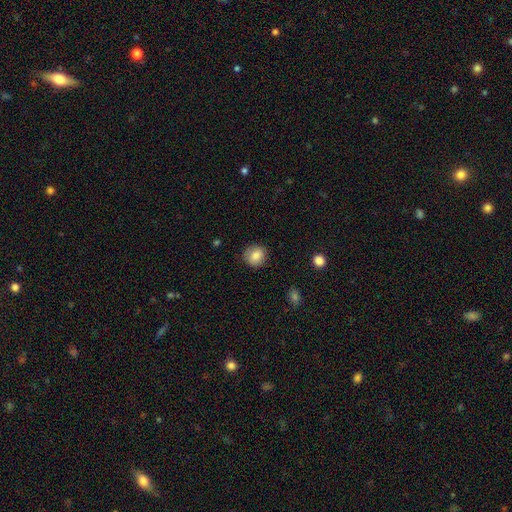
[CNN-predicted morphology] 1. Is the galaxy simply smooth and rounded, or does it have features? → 84% smooth, 9% star or artifact, 7% featured or disk.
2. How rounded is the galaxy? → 81% round, 18% in between, 1% cigar-shaped.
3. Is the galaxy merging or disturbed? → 87% none, 10% minor disturbance, 3% major disturbance, 1% merger.